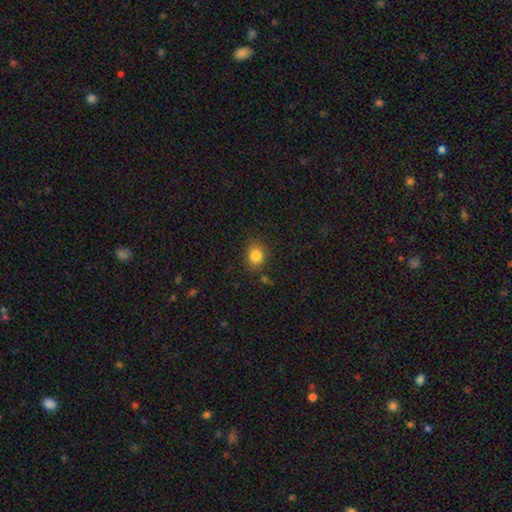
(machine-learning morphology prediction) A smooth galaxy with no disk features (84%) that is round (64%).

Vote fractions:
- Smooth or featured? smooth: 84% / star or artifact: 11% / featured or disk: 5%
- How rounded? round: 64% / in between: 35% / cigar-shaped: 1%
- Merging? none: 83% / minor disturbance: 11% / major disturbance: 3% / merger: 3%